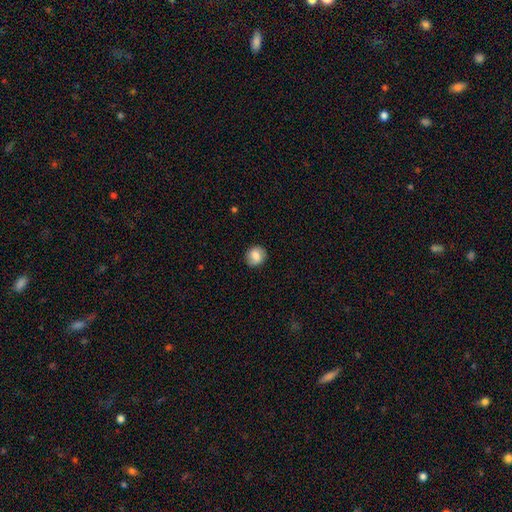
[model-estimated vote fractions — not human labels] Overall: smooth (79%). How rounded: round (80%). Merging: none (86%).